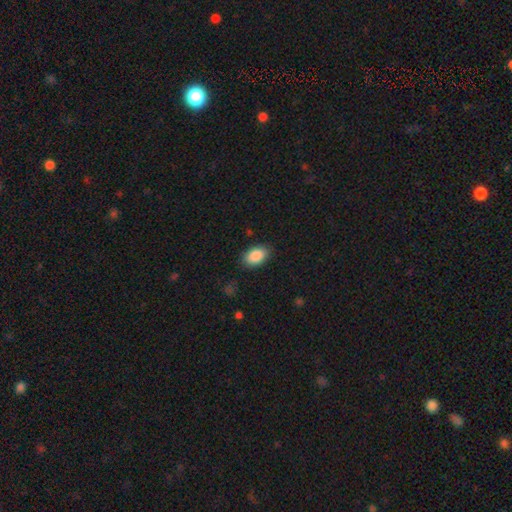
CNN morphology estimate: Q: Smooth or featured?
A: smooth (89%); runner-up: star or artifact (7%)
Q: How rounded?
A: in between (89%); runner-up: round (10%)
Q: Merging?
A: none (84%); runner-up: minor disturbance (12%)